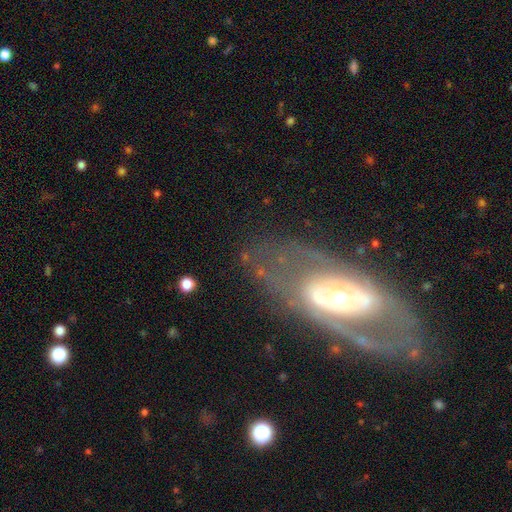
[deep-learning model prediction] A featured or disk galaxy (72%) with no bar (60%), spiral arms (53%) and a moderate central bulge (65%). Merging: none (58%).